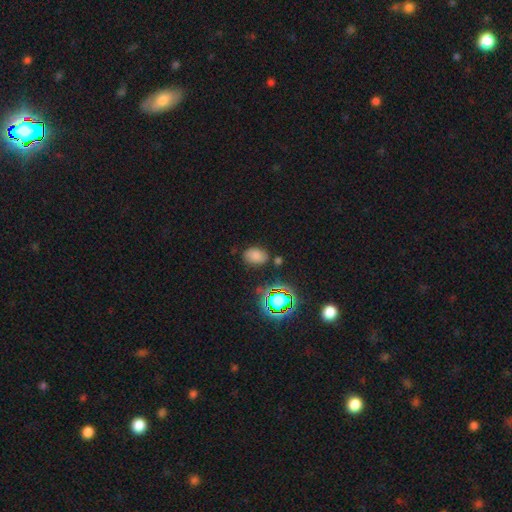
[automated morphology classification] Q: Smooth or featured?
A: smooth (71%); runner-up: star or artifact (21%)
Q: How rounded?
A: in between (80%); runner-up: round (18%)
Q: Merging?
A: none (76%); runner-up: minor disturbance (16%)